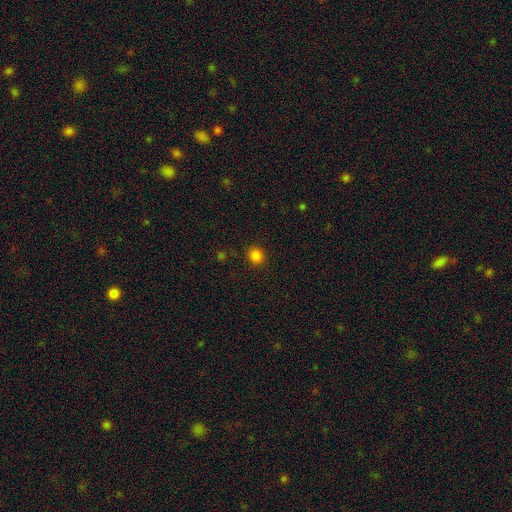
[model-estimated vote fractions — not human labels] Morphology: type=smooth (82%); roundness=round (87%); merging=none (90%).